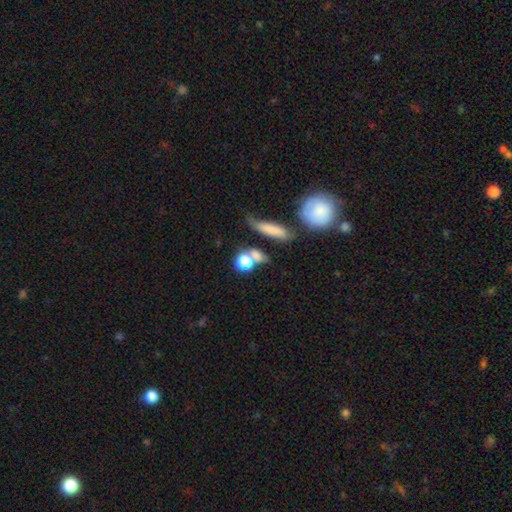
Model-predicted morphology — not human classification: smooth_or_featured: smooth (p=0.74) [alt: star or artifact p=0.13]
how_rounded: round (p=0.52) [alt: in between p=0.33]
merging: none (p=0.55) [alt: merger p=0.26]